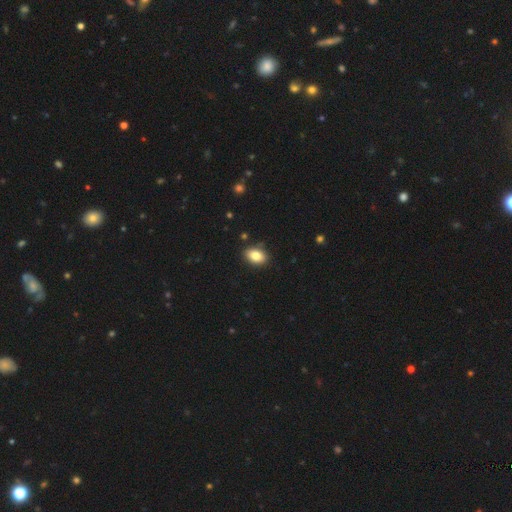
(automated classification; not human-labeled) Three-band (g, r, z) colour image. It shows a smooth galaxy with no disk features (83%) that is in between round and cigar-shaped (84%). Merging: none (85%).